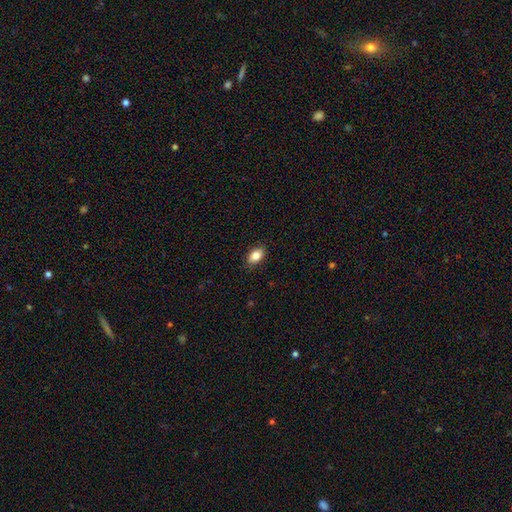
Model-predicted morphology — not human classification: Smooth or featured: smooth — 83% (featured or disk — 9%)
How rounded: in between — 89% (round — 8%)
Merging: none — 87% (minor disturbance — 10%)